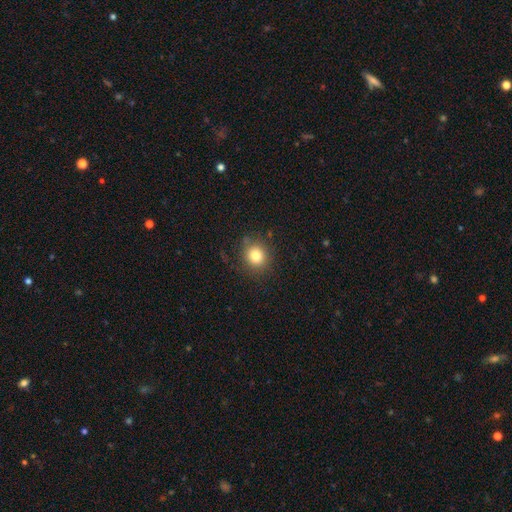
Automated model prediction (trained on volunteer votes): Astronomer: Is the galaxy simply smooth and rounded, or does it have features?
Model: smooth — 81%.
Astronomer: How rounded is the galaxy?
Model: round — 85%.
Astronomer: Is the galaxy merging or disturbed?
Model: none — 84%.